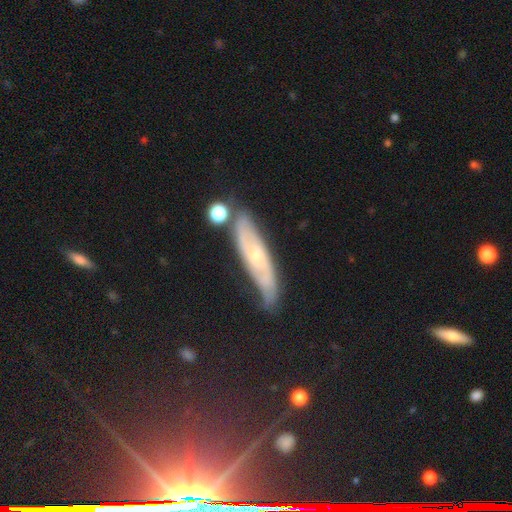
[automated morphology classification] The model was most divided on "edge-on disk": no: 68%, yes: 32%. More confident: merging — none (72%); smooth or featured — featured or disk (68%).